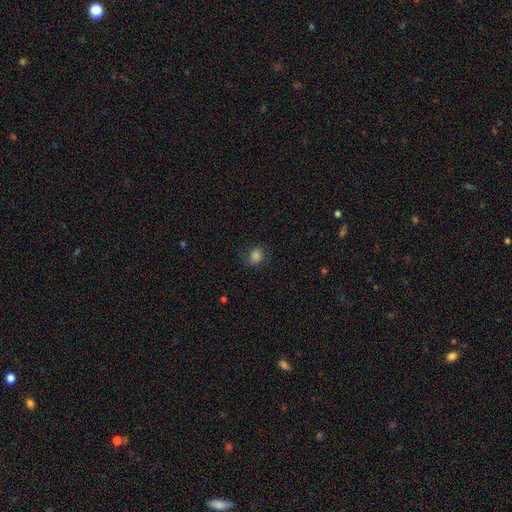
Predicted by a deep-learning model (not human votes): Smooth or featured? smooth (76%)
How rounded? round (59%)
Merging? none (71%)